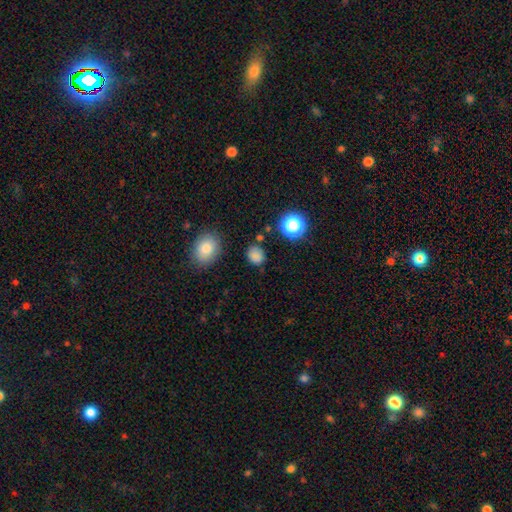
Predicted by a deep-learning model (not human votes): This is likely a smooth galaxy (80%). How rounded: likely round (67%). Merging: likely none (79%).